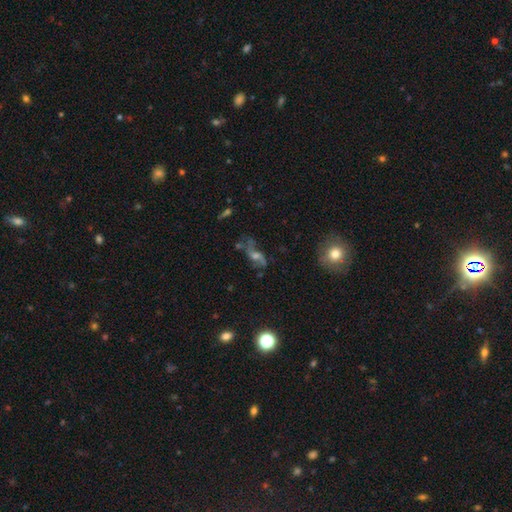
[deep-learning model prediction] A featured or disk galaxy (55%). Merging: none (52%).